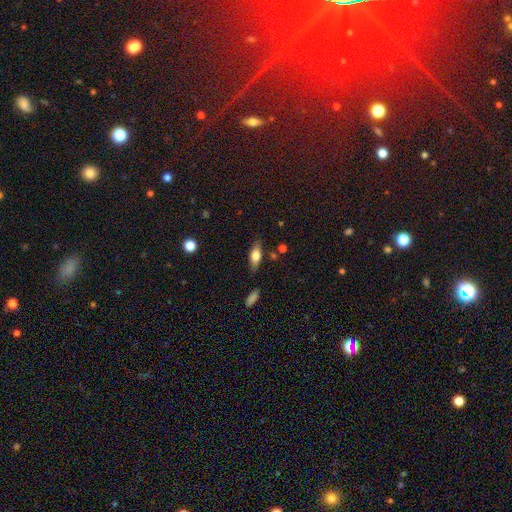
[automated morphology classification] A smooth galaxy with no disk features (64%) that is in between round and cigar-shaped (73%). Merging: none (78%).